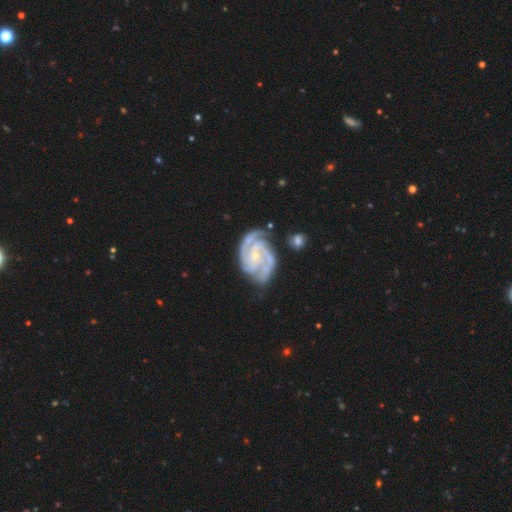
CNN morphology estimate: Smooth or featured? featured or disk (93%)
Edge-on disk? no (98%)
Bar? no (55%)
Spiral arms? yes (99%)
Spiral winding? tight (57%)
Spiral arm count? 2 (41%)
Bulge size? small (74%)
Merging? none (66%)